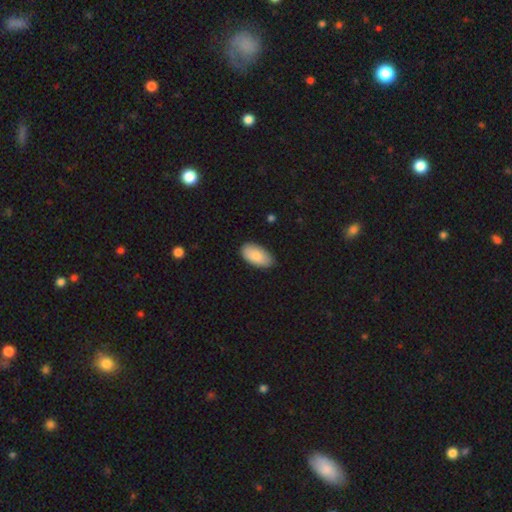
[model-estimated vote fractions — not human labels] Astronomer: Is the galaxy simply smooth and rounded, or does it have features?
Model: smooth — 86%.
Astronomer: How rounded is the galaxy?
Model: in between — 95%.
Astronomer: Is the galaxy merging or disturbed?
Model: none — 82%.